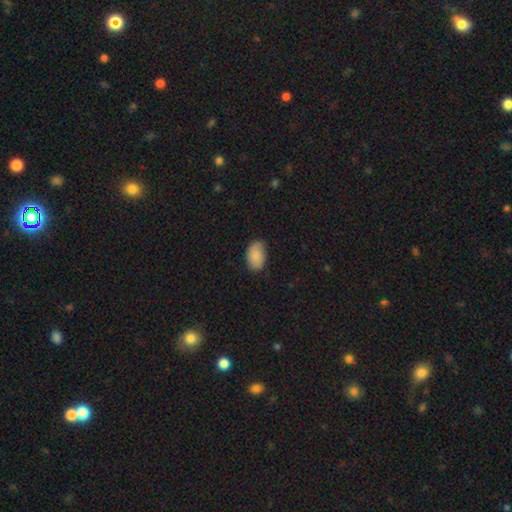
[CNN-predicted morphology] Overall: smooth (84%). How rounded: in between (90%). Merging: none (77%).